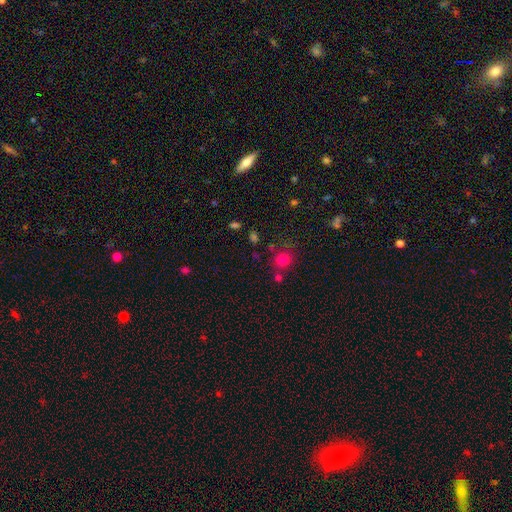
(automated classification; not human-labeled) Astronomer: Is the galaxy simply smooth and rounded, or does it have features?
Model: smooth — 66%.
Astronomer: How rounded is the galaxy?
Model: round — 64%.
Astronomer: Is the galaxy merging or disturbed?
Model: none — 69%.